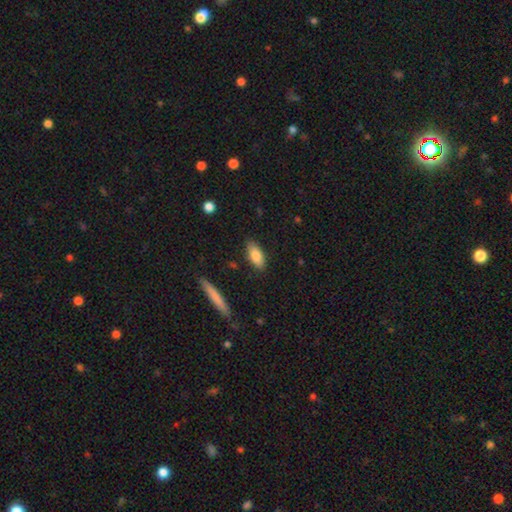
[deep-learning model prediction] Morphology: type=smooth (81%); roundness=in between (80%); merging=none (85%).